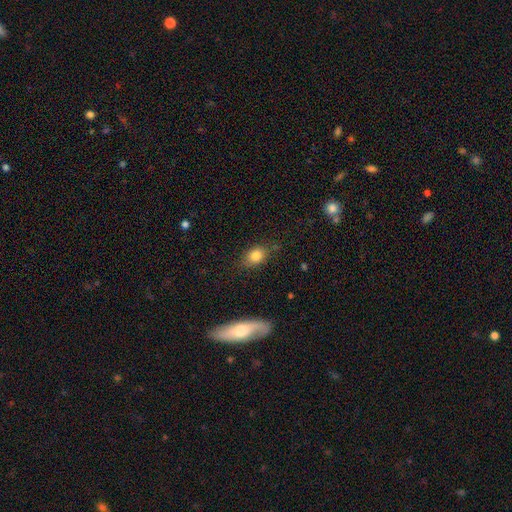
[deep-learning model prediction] Smooth or featured: smooth — 82% (star or artifact — 10%)
How rounded: in between — 70% (round — 28%)
Merging: none — 78% (minor disturbance — 15%)